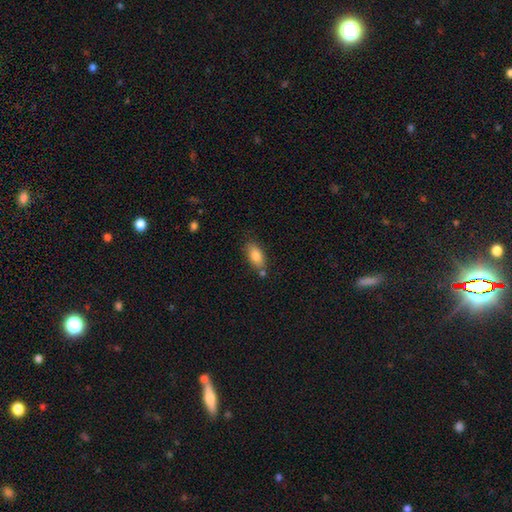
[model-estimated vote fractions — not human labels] Smooth or featured? Predicted: smooth (p=0.82). How rounded? Predicted: in between (p=0.89). Merging? Predicted: none (p=0.71).